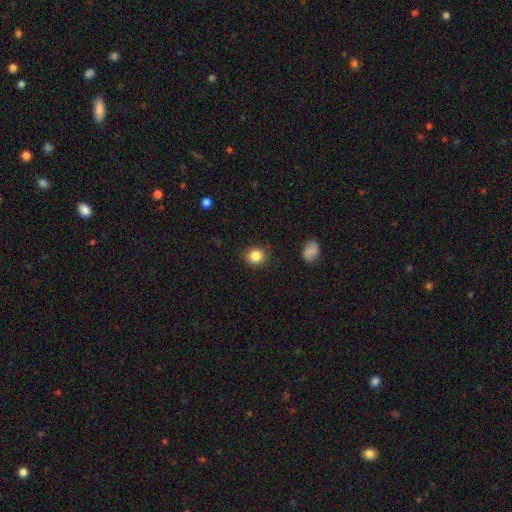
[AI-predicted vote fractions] Q: Smooth or featured?
A: smooth (85%); runner-up: star or artifact (10%)
Q: How rounded?
A: round (84%); runner-up: in between (15%)
Q: Merging?
A: none (86%); runner-up: minor disturbance (10%)